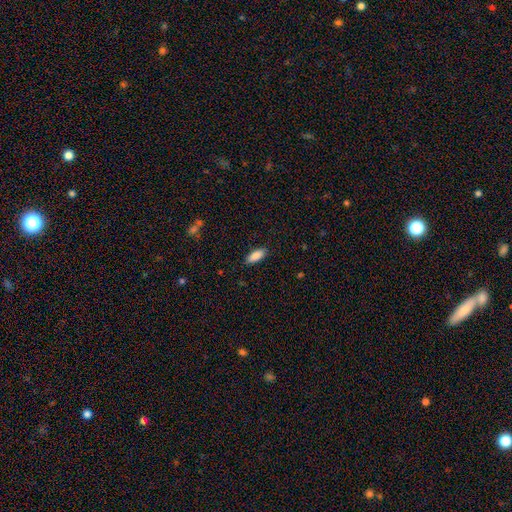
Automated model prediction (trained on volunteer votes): The model was most divided on "how rounded": in between: 79%, cigar-shaped: 19%, round: 2%. More confident: smooth or featured — smooth (88%); merging — none (87%).